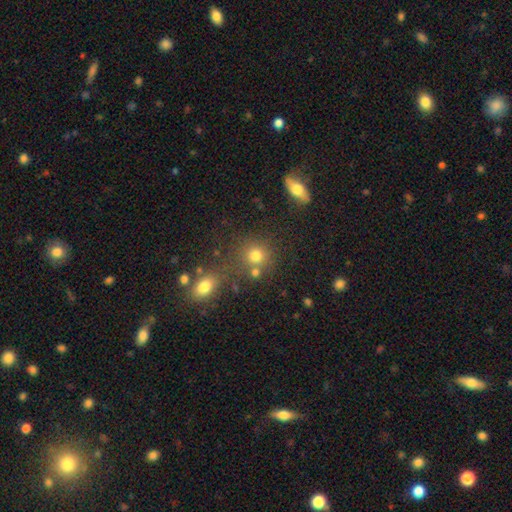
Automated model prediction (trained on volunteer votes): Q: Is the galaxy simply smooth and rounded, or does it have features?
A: smooth — 74%.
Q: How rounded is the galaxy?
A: round — 85%.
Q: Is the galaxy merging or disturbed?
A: none — 66%.